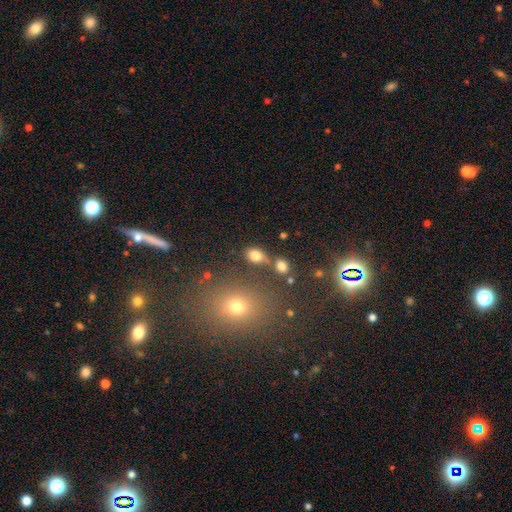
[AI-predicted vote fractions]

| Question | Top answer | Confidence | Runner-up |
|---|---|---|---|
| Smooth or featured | smooth | 79% | star or artifact (12%) |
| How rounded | in between | 76% | round (22%) |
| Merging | none | 67% | merger (15%) |